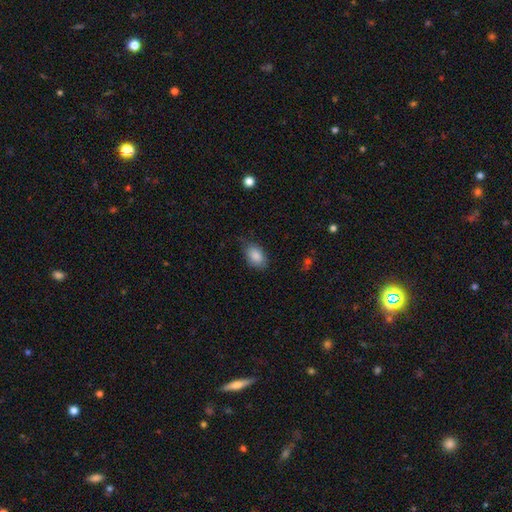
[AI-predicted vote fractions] This appears to be a smooth galaxy with no disk features (87%) that is in between round and cigar-shaped (89%). Merging: none (72%).